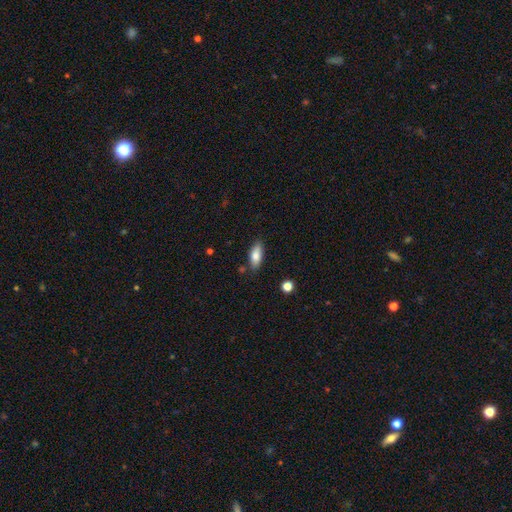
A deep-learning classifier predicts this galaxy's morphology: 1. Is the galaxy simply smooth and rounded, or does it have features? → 80% smooth, 13% featured or disk, 7% star or artifact.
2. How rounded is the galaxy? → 78% in between, 20% cigar-shaped, 2% round.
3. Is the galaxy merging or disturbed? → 81% none, 13% minor disturbance, 3% merger, 3% major disturbance.